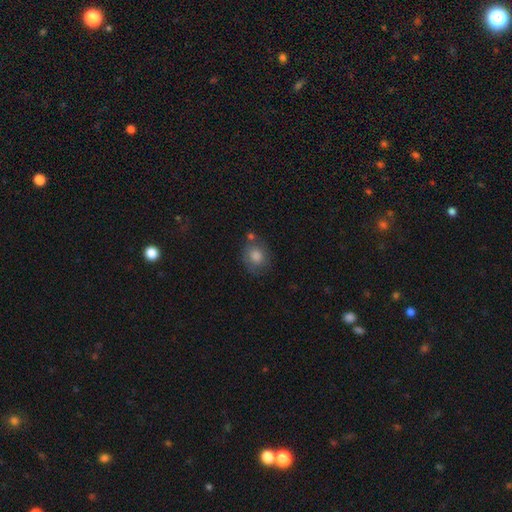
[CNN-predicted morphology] type=smooth (77%); roundness=round (64%); merging=none (66%).